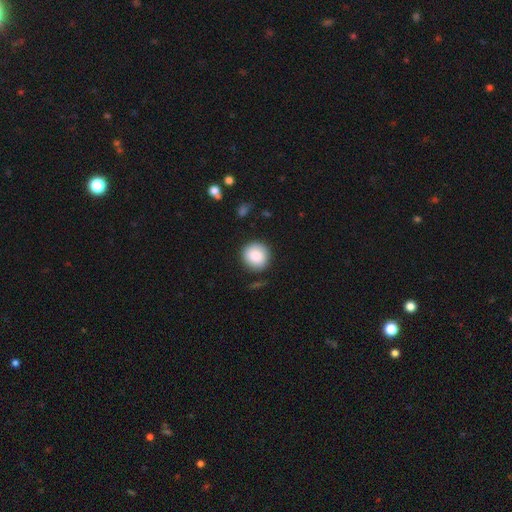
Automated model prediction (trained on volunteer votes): Smooth or featured? smooth (87%)
How rounded? round (92%)
Merging? none (86%)